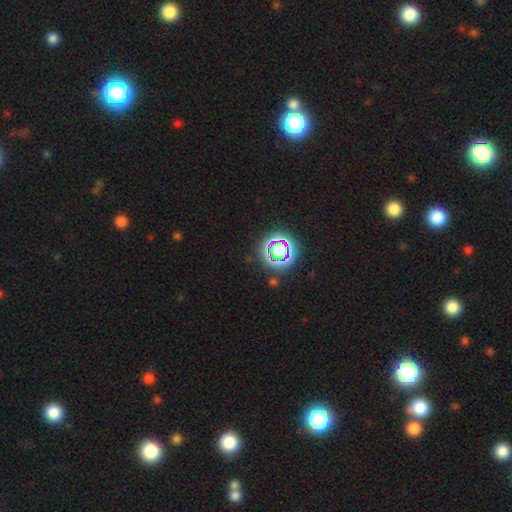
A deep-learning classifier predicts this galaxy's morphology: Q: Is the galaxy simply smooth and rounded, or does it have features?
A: star or artifact — 74%.